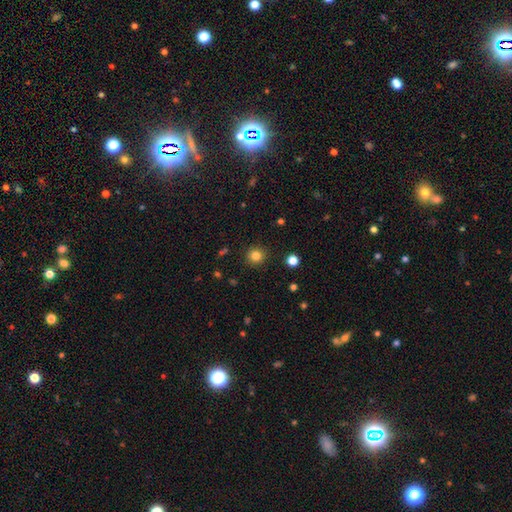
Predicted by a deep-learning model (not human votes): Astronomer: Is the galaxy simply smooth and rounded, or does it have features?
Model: smooth — 82%.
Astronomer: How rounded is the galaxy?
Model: round — 92%.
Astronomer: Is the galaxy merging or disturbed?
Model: none — 91%.